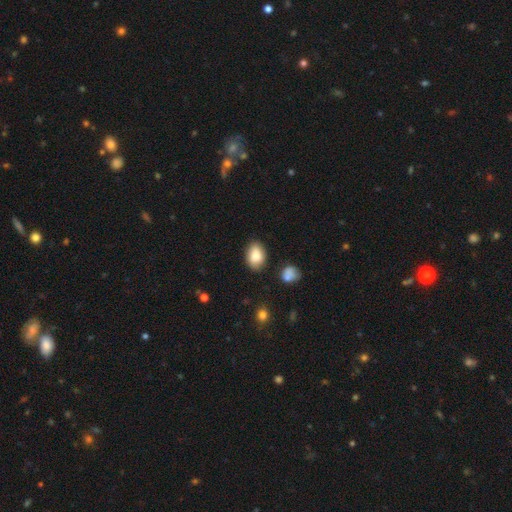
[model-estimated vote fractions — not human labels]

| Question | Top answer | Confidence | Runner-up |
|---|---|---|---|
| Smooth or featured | smooth | 84% | featured or disk (9%) |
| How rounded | in between | 86% | round (13%) |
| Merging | none | 82% | minor disturbance (13%) |